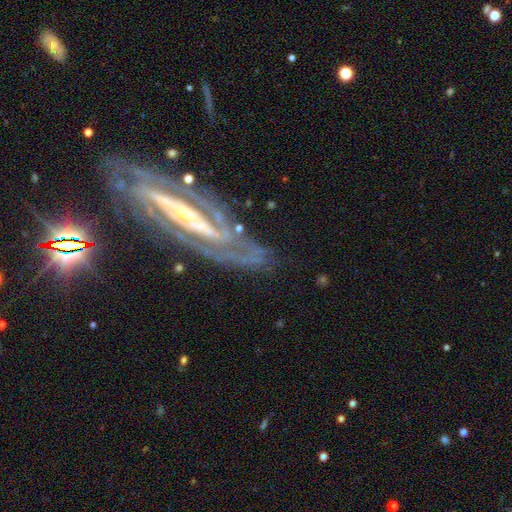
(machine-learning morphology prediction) A featured or disk galaxy (86%) with a strong bar (54%), 2 (76%) tight (52%) spiral arms (92%) and a small central bulge (52%). Merging: none (71%).